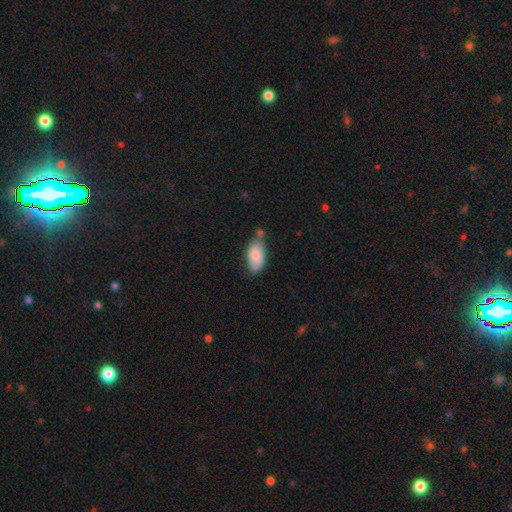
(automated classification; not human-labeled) Smooth or featured? smooth (82%)
How rounded? in between (93%)
Merging? none (50%)